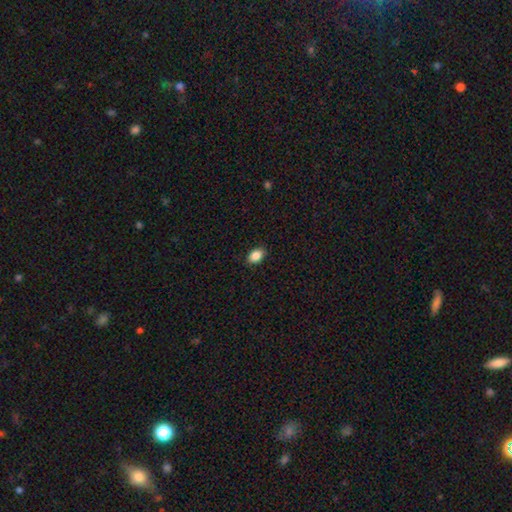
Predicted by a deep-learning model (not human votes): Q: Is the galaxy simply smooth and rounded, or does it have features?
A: smooth — 87%.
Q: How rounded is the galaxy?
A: in between — 87%.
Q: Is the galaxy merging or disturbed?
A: none — 88%.